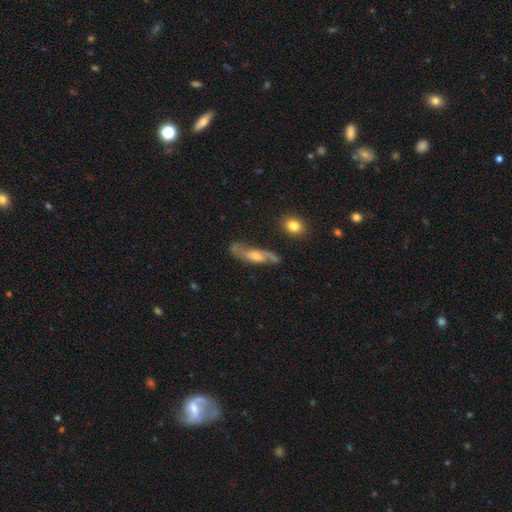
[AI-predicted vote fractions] Smooth or featured? Predicted: featured or disk (p=0.68). Edge-on disk? Predicted: no (p=0.69). Merging? Predicted: none (p=0.65).